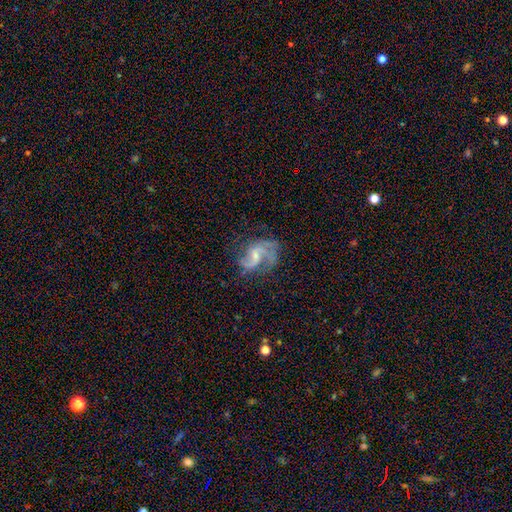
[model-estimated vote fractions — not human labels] Q: Smooth or featured?
A: featured or disk (86%); runner-up: smooth (8%)
Q: Edge-on disk?
A: no (98%); runner-up: yes (2%)
Q: Bar?
A: weak (50%); runner-up: no (38%)
Q: Spiral arms?
A: yes (95%); runner-up: no (5%)
Q: Spiral winding?
A: loose (46%); runner-up: medium (43%)
Q: Spiral arm count?
A: 2 (77%); runner-up: can't tell (7%)
Q: Bulge size?
A: small (57%); runner-up: moderate (27%)
Q: Merging?
A: none (58%); runner-up: minor disturbance (21%)